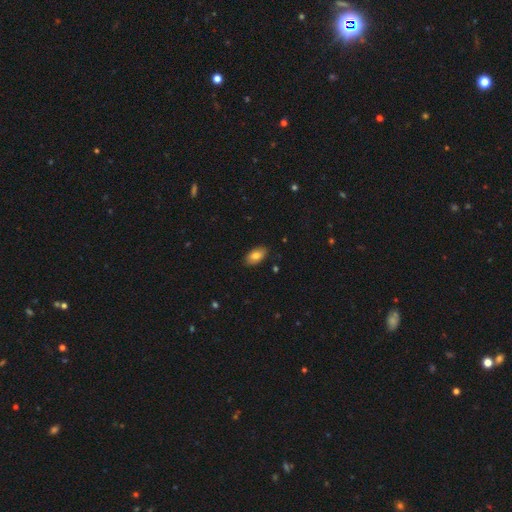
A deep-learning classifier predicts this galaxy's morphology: smooth-or-featured: smooth: 80% | featured or disk: 13% | star or artifact: 8%
  how-rounded: in between: 93% | round: 4% | cigar-shaped: 3%
  merging: none: 87% | minor disturbance: 10% | major disturbance: 2% | merger: 1%